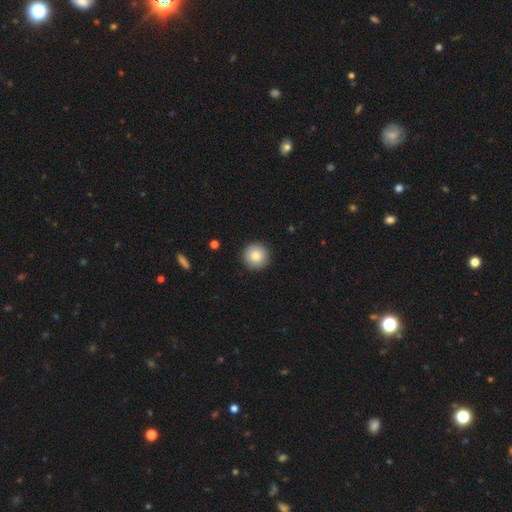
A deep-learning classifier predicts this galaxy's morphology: smooth 83%, featured or disk 9%, star or artifact 8%. Down the decision tree: how rounded — round (96%); merging — none (92%).